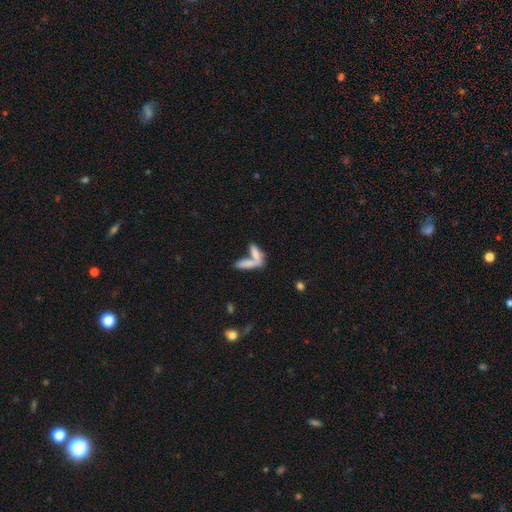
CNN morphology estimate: smooth_or_featured: smooth (p=0.71) [alt: featured or disk p=0.20]
how_rounded: cigar-shaped (p=0.56) [alt: in between p=0.40]
merging: merger (p=0.61) [alt: none p=0.27]